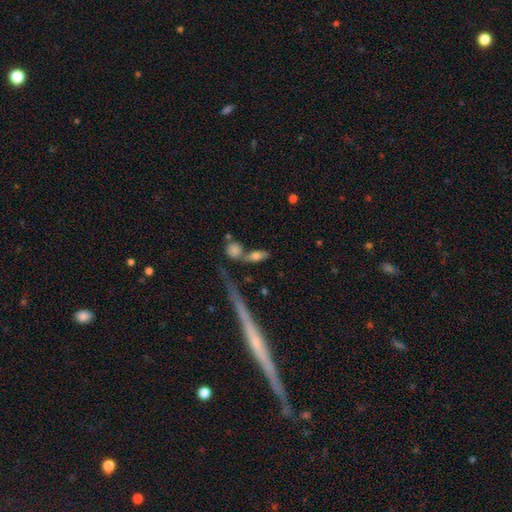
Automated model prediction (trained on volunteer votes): Smooth or featured? Predicted: smooth (p=0.70). How rounded? Predicted: in between (p=0.66). Merging? Predicted: none (p=0.58).